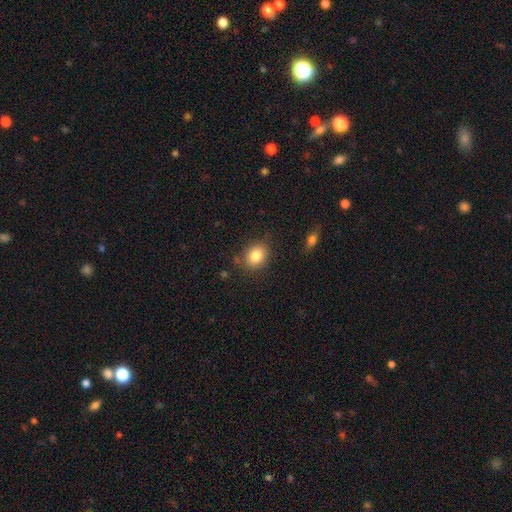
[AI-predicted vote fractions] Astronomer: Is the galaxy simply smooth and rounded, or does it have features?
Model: smooth — 83%.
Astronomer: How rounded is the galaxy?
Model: round — 50% (runner-up: in between, 49%).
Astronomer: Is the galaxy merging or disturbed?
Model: none — 81%.